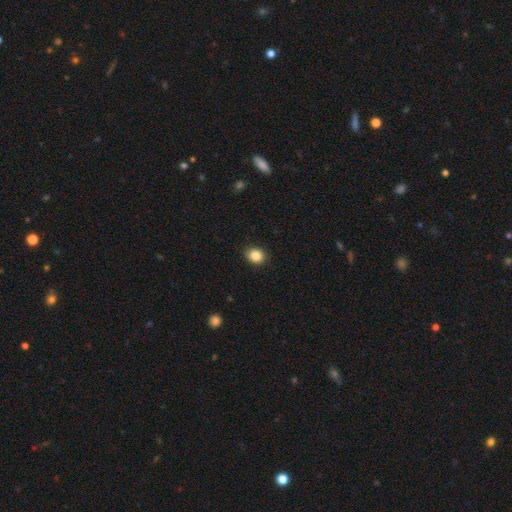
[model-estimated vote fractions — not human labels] This is clearly a smooth galaxy (87%). How rounded: possibly round (59%). Merging: clearly none (88%).